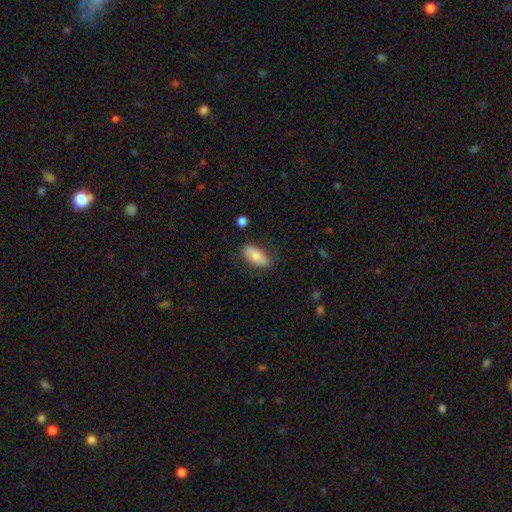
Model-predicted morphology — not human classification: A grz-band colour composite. It shows a smooth galaxy with no disk features (78%) that is in between round and cigar-shaped (86%). Merging: none (75%).